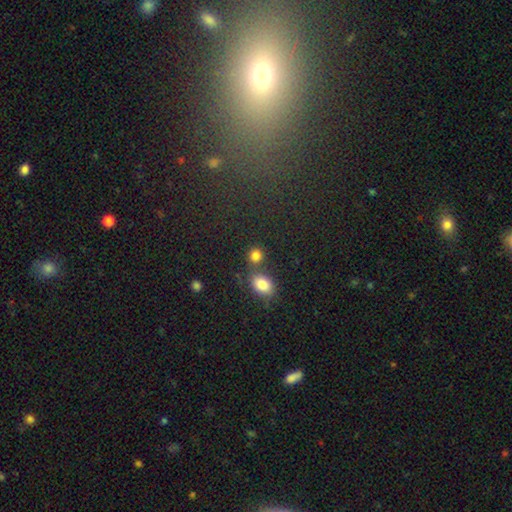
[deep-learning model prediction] Smooth or featured?
  - smooth: 82% *
  - star or artifact: 12%
  - featured or disk: 6%
How rounded?
  - round: 72% *
  - in between: 26%
  - cigar-shaped: 1%
Merging?
  - none: 59% *
  - merger: 30%
  - minor disturbance: 8%
  - major disturbance: 3%